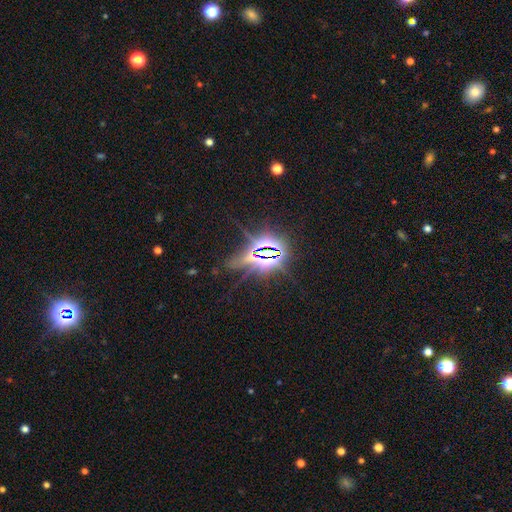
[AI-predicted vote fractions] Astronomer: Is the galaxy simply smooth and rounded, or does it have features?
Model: star or artifact — 81%.